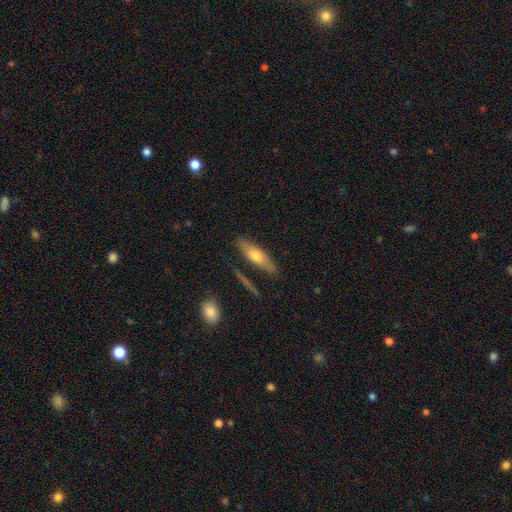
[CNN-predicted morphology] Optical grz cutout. It shows a smooth galaxy with no disk features (53%) that is cigar-shaped (63%). Merging: none (80%).